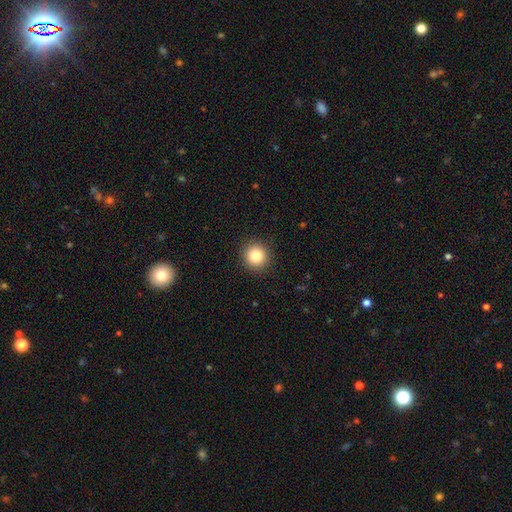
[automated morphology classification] smooth 84%, star or artifact 10%, featured or disk 6%. Down the decision tree: how rounded — round (94%); merging — none (92%).